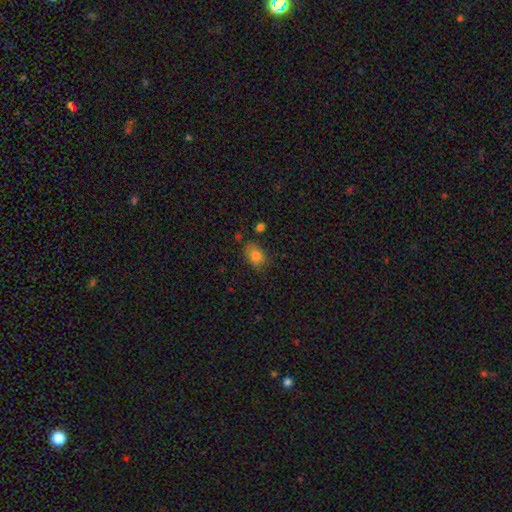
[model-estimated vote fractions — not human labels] This appears to be a smooth galaxy with no disk features (81%) that is in between round and cigar-shaped (80%). Merging: none (68%).